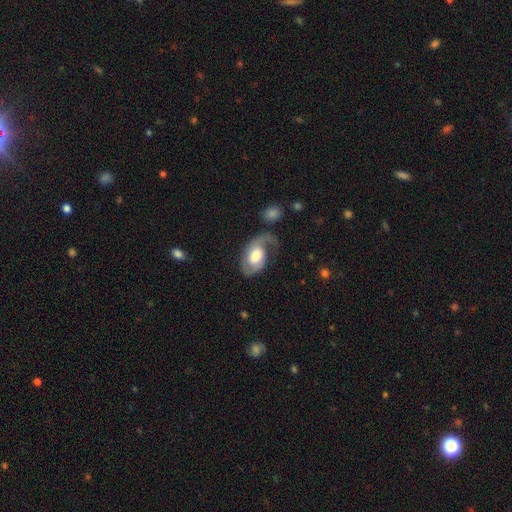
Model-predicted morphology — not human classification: Q: Smooth or featured?
A: featured or disk (60%); runner-up: smooth (34%)
Q: Edge-on disk?
A: no (96%); runner-up: yes (4%)
Q: Bar?
A: no (56%); runner-up: weak (35%)
Q: Spiral arms?
A: yes (85%); runner-up: no (15%)
Q: Bulge size?
A: large (43%); runner-up: moderate (42%)
Q: Merging?
A: none (37%); runner-up: major disturbance (32%)